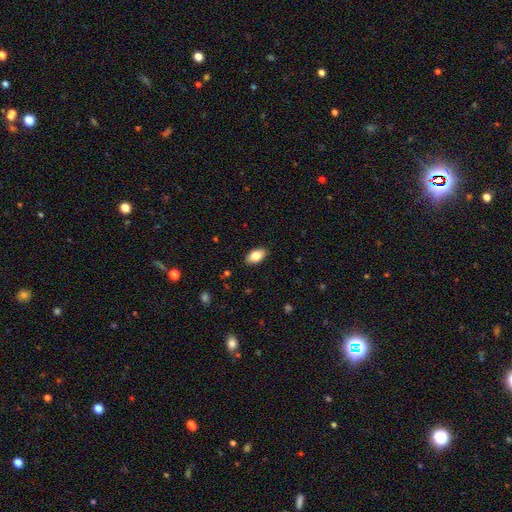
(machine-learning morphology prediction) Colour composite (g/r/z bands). It shows a smooth galaxy with no disk features (81%) that is in between round and cigar-shaped (93%). Merging: none (88%).